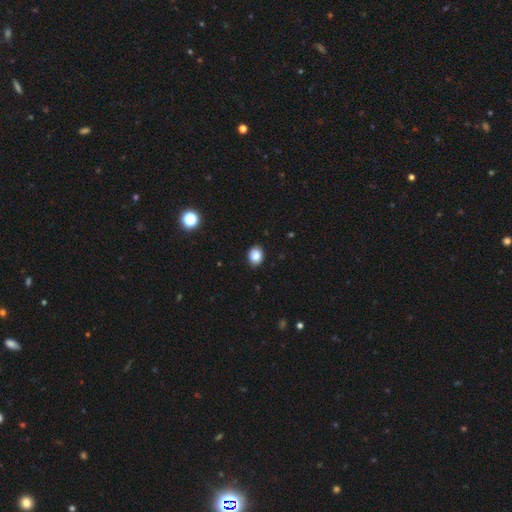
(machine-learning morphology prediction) smooth_or_featured: smooth (p=0.86) [alt: star or artifact p=0.10]
how_rounded: round (p=0.51) [alt: in between p=0.48]
merging: none (p=0.89) [alt: minor disturbance p=0.08]